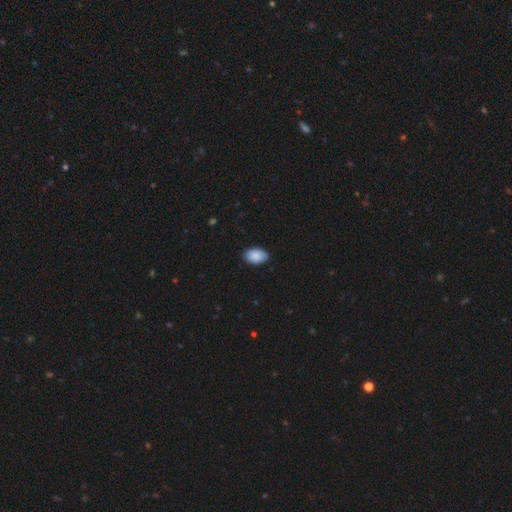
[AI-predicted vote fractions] Smooth or featured? Predicted: smooth (p=0.89). How rounded? Predicted: in between (p=0.92). Merging? Predicted: none (p=0.87).